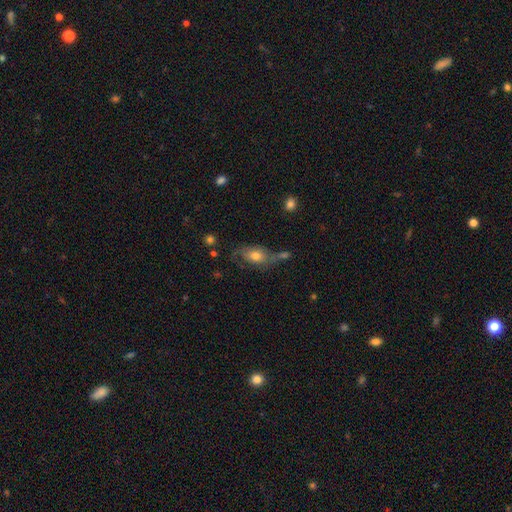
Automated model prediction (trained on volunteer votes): The model was most divided on "merging": none: 45%, minor disturbance: 24%, merger: 16%, major disturbance: 15%. More confident: how rounded — in between (84%); smooth or featured — smooth (61%).